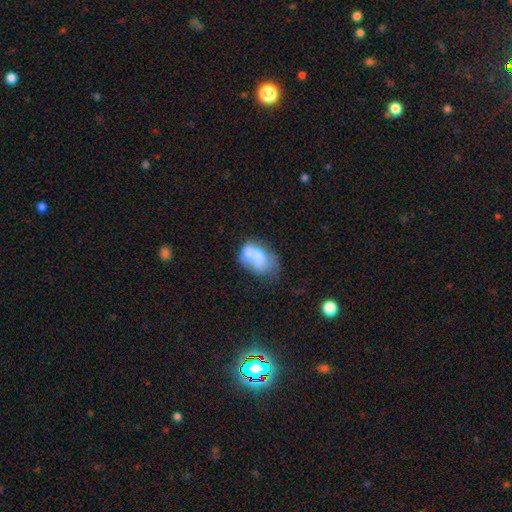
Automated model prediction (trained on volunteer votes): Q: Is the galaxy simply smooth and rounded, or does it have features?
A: smooth — 60%.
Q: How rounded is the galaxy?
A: in between — 79%.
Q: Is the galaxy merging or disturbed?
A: merger — 48%.